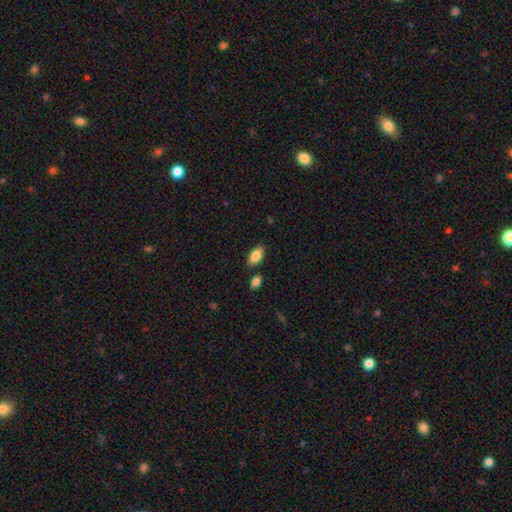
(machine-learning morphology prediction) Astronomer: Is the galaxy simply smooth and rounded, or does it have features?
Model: smooth — 86%.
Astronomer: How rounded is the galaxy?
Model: in between — 92%.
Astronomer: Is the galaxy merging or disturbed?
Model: none — 82%.